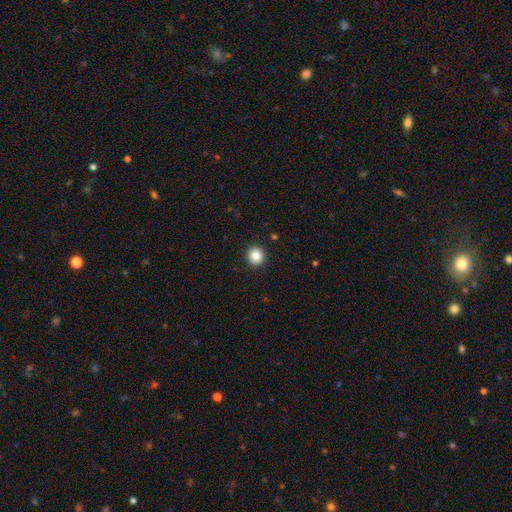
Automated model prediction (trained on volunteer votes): smooth 85%, star or artifact 10%, featured or disk 5%. Down the decision tree: how rounded — round (94%); merging — none (93%).